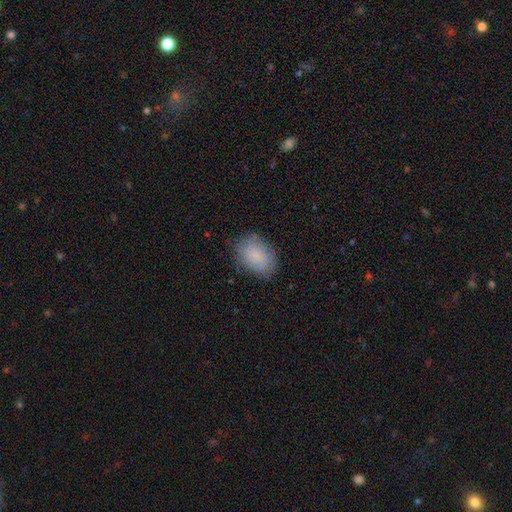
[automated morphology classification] This is clearly a smooth galaxy (84%). How rounded: clearly in between (83%). Merging: likely none (79%).